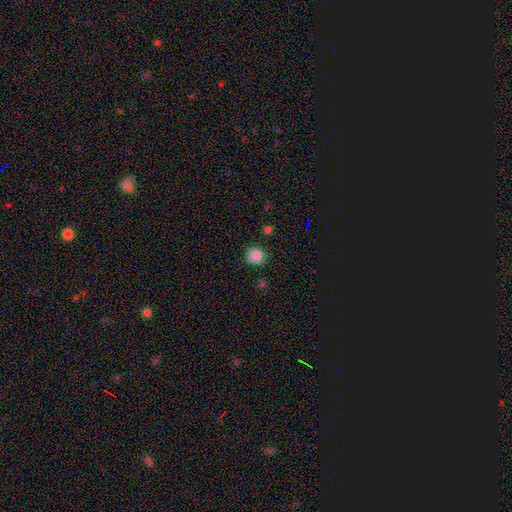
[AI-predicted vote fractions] smooth-or-featured: smooth: 86% | star or artifact: 11% | featured or disk: 3%
  how-rounded: round: 93% | in between: 6% | cigar-shaped: 1%
  merging: none: 85% | minor disturbance: 10% | major disturbance: 3% | merger: 2%